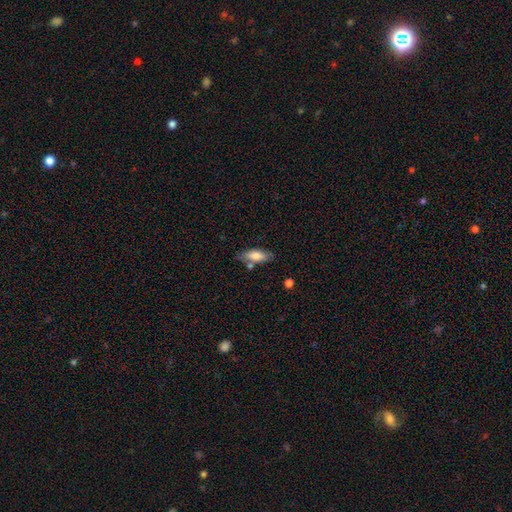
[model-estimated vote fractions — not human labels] Smooth or featured? Predicted: smooth (p=0.73). How rounded? Predicted: in between (p=0.72). Merging? Predicted: none (p=0.69).